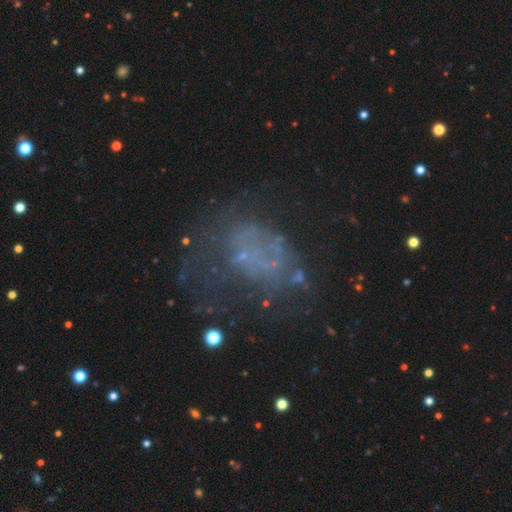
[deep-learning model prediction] Overall: featured or disk (44%; star or artifact 28%). Merging: none (41%; major disturbance 33%).